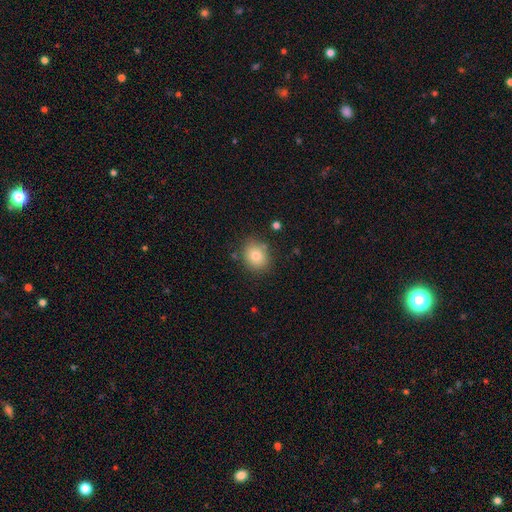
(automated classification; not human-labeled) smooth-or-featured: smooth: 79% | star or artifact: 11% | featured or disk: 10%
  how-rounded: round: 66% | in between: 33% | cigar-shaped: 1%
  merging: none: 82% | minor disturbance: 12% | major disturbance: 3% | merger: 3%